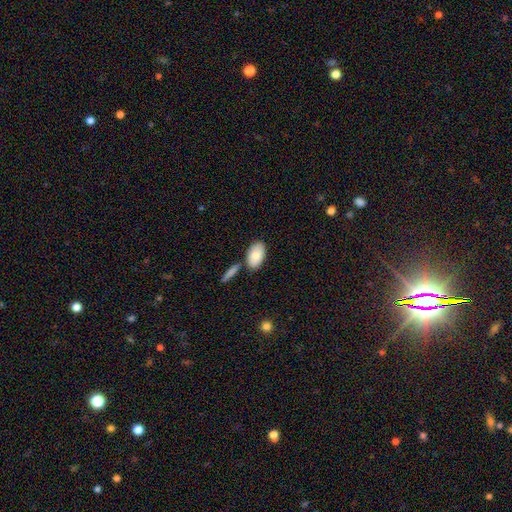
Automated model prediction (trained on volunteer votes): Smooth or featured? Predicted: smooth (p=0.82). How rounded? Predicted: in between (p=0.93). Merging? Predicted: none (p=0.72).